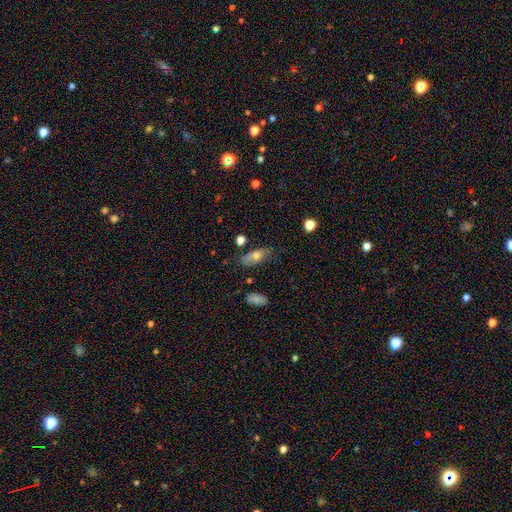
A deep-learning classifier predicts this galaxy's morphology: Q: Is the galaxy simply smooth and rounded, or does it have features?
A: smooth — 56%.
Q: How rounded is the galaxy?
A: in between — 80%.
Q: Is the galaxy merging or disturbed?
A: none — 70%.